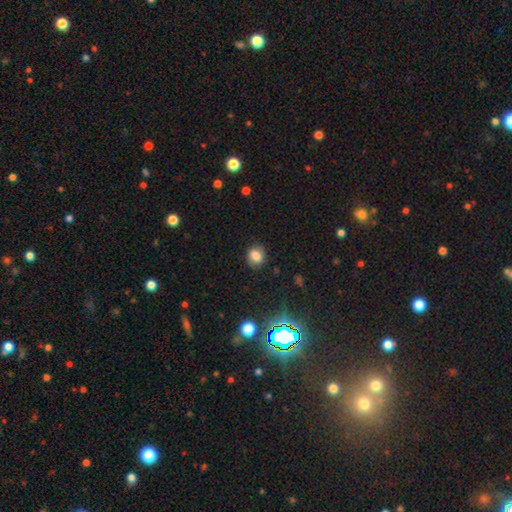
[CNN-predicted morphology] type=smooth (77%); roundness=round (65%); merging=none (83%).